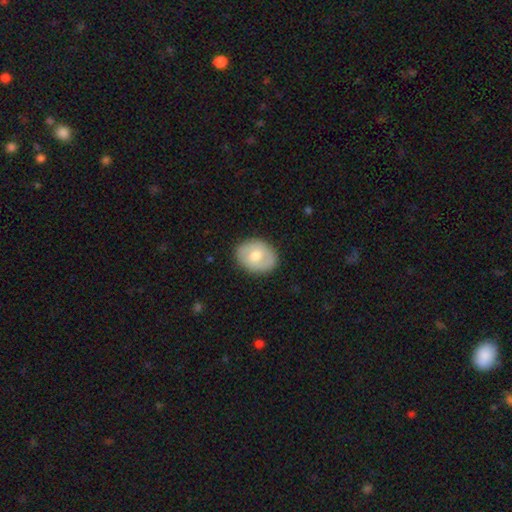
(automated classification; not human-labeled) Smooth or featured? smooth (59%)
How rounded? in between (51%)
Merging? none (85%)